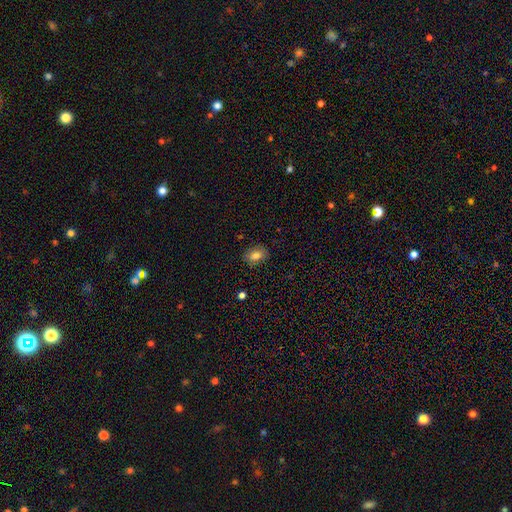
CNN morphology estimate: Smooth or featured? smooth (79%)
How rounded? in between (78%)
Merging? none (84%)